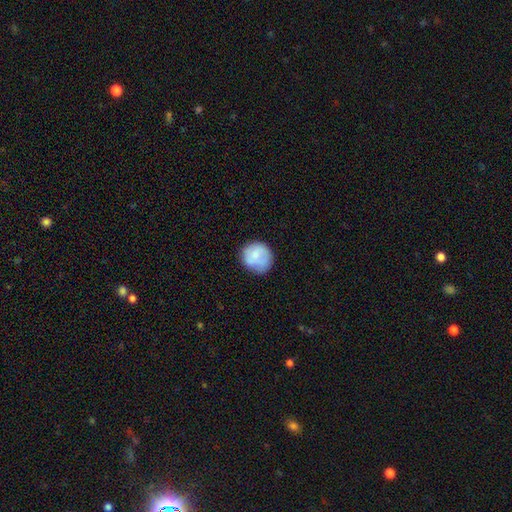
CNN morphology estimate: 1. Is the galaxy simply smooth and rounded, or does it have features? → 76% smooth, 17% featured or disk, 7% star or artifact.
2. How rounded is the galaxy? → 86% round, 13% in between, 1% cigar-shaped.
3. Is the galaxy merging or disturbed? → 71% none, 22% minor disturbance, 5% major disturbance, 2% merger.